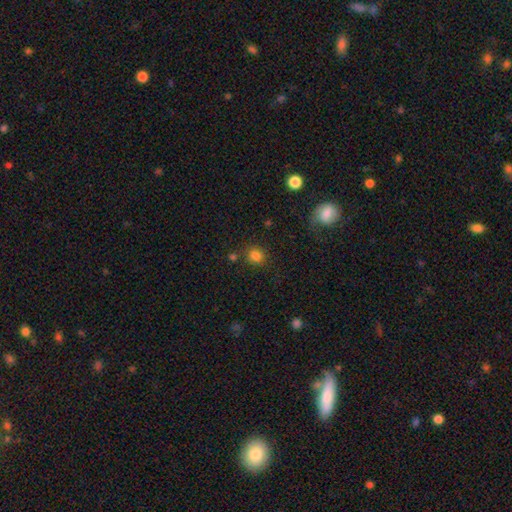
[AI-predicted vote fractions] Smooth or featured? Predicted: smooth (p=0.81). How rounded? Predicted: round (p=0.84). Merging? Predicted: none (p=0.78).